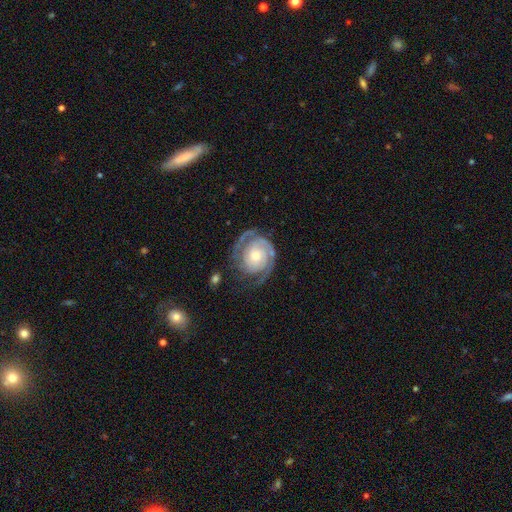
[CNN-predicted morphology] The model was most divided on "bulge size": small: 47%, moderate: 43%, large: 6%, none: 2%, dominant: 1%. More confident: edge-on disk — no (98%); spiral arms — yes (97%); smooth or featured — featured or disk (88%); bar — no (76%); spiral winding — tight (71%); merging — none (70%); spiral arm count — 2 (69%).